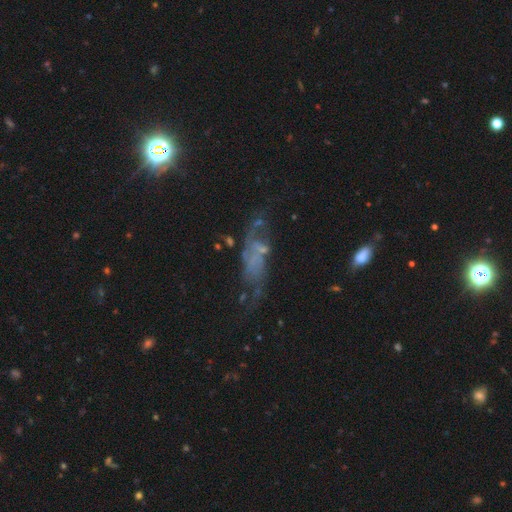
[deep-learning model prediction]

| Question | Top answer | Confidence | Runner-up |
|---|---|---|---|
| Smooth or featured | featured or disk | 60% | smooth (23%) |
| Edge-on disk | no | 83% | yes (17%) |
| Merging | none | 46% | major disturbance (25%) |